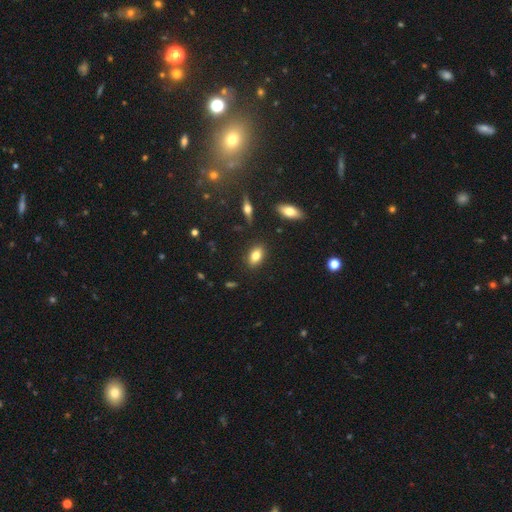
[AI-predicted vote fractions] Smooth or featured: smooth — 78% (featured or disk — 14%)
How rounded: in between — 86% (round — 9%)
Merging: none — 87% (minor disturbance — 9%)